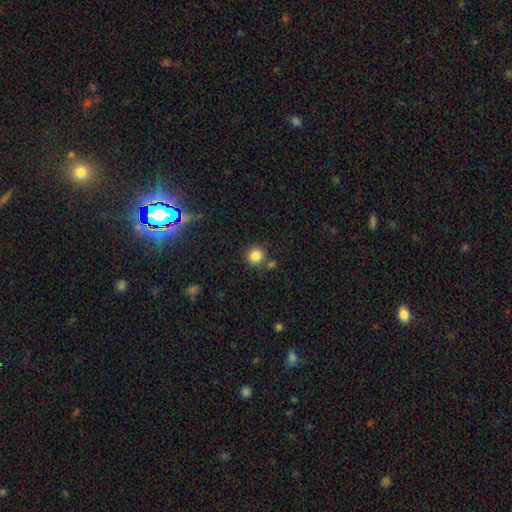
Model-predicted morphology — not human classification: The model was most divided on "merging": none: 78%, minor disturbance: 9%, merger: 9%, major disturbance: 3%. More confident: how rounded — round (91%); smooth or featured — smooth (84%).